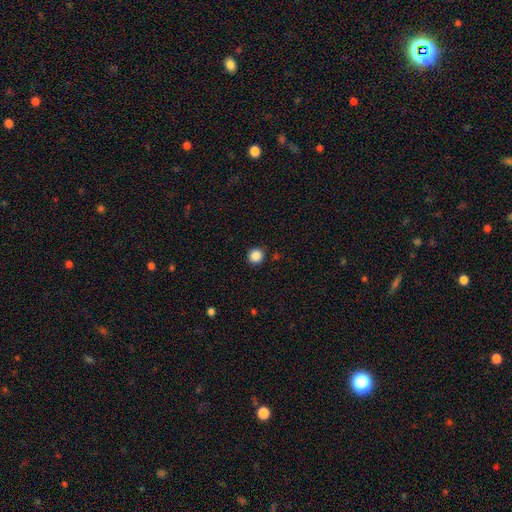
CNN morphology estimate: smooth_or_featured: smooth (p=0.87) [alt: star or artifact p=0.11]
how_rounded: round (p=0.94) [alt: in between p=0.05]
merging: none (p=0.91) [alt: minor disturbance p=0.06]